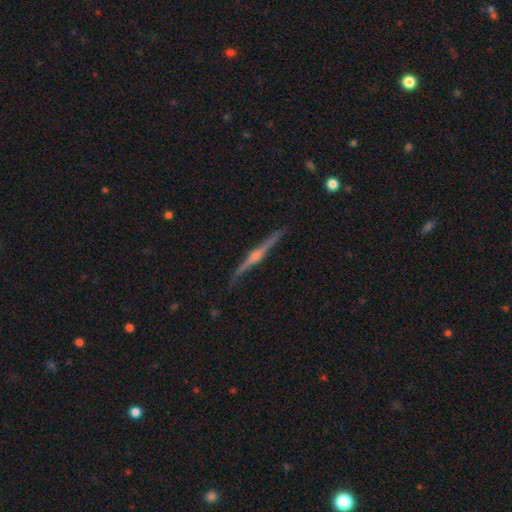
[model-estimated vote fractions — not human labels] featured or disk 81%, smooth 13%, star or artifact 7%. Down the decision tree: edge-on disk — yes (97%); edge-on bulge — rounded (83%); merging — none (89%).